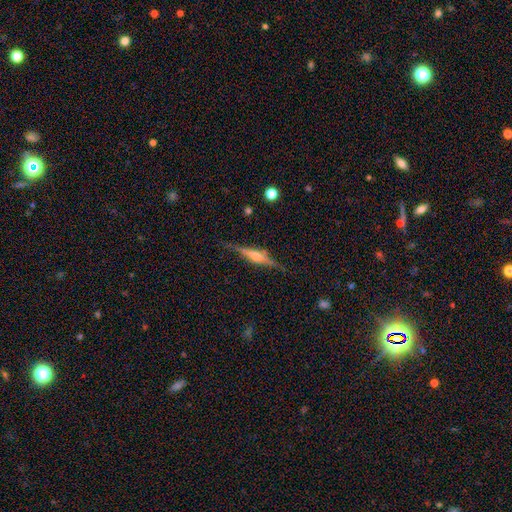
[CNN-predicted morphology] A featured or disk galaxy (79%) viewed edge-on (97%) with a rounded central bulge (79%).

Vote fractions:
- Smooth or featured? featured or disk: 79% / smooth: 14% / star or artifact: 7%
- Edge-on disk? yes: 97% / no: 3%
- Edge-on bulge? rounded: 79% / boxy: 16% / none: 6%
- Merging? none: 86% / minor disturbance: 10% / major disturbance: 3% / merger: 1%